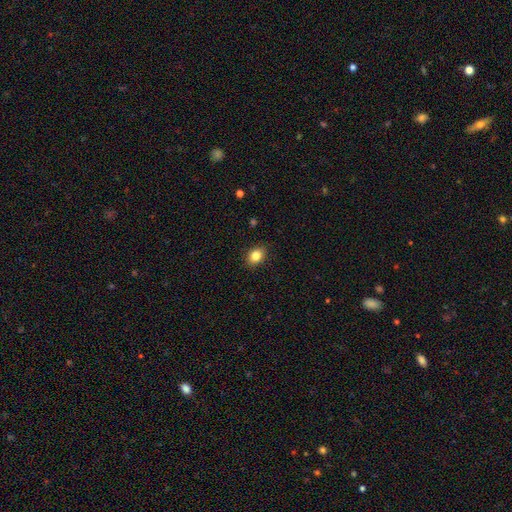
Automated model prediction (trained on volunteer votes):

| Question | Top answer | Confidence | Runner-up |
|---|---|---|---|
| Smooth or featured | smooth | 84% | star or artifact (10%) |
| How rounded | in between | 67% | round (32%) |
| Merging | none | 89% | minor disturbance (8%) |